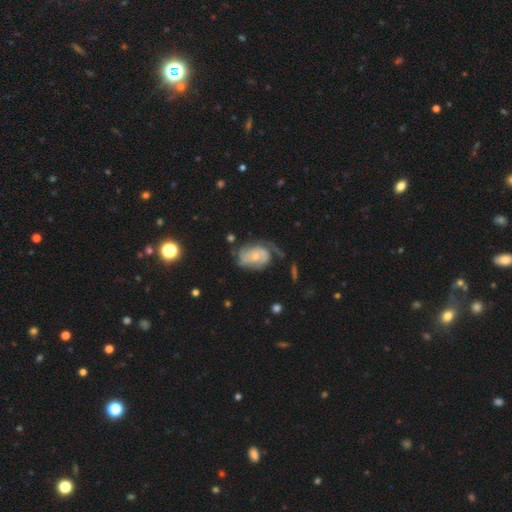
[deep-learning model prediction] Morphology: type=featured or disk (70%); edge-on=no (97%); bar=no (72%); spiral arms=yes (85%); winding=tight (46%); arm count=2 (36%); bulge=small (58%); merging=none (42%).